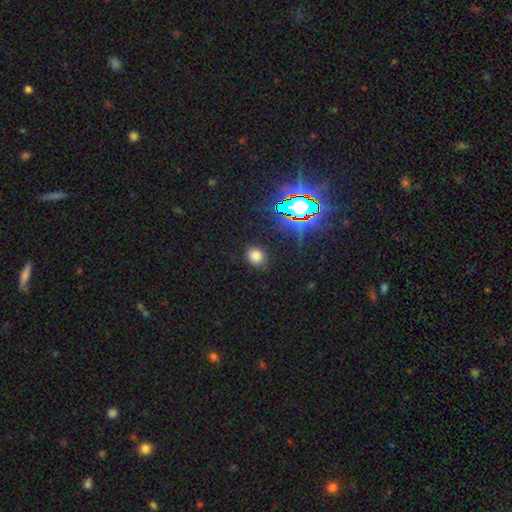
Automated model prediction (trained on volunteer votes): Smooth or featured?
  - smooth: 73% *
  - star or artifact: 21%
  - featured or disk: 6%
How rounded?
  - round: 58% *
  - in between: 41%
  - cigar-shaped: 1%
Merging?
  - none: 82% *
  - minor disturbance: 13%
  - major disturbance: 4%
  - merger: 2%